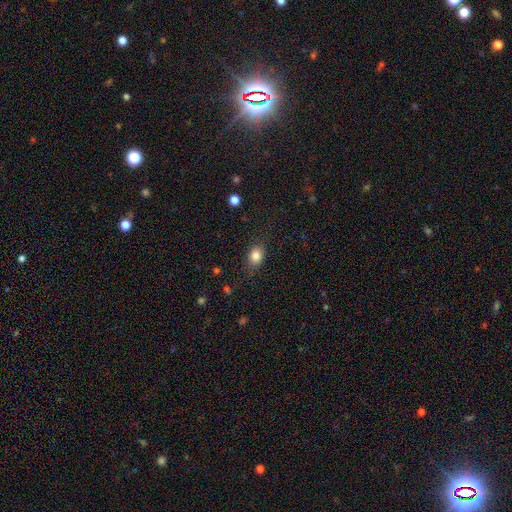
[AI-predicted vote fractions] This is clearly a smooth galaxy (84%). How rounded: likely in between (62%). Merging: likely none (78%).